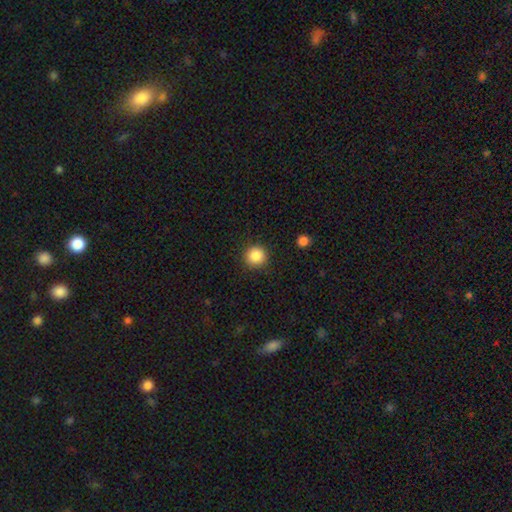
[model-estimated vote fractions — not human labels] A smooth galaxy with no disk features (87%) that is round (93%). Merging: none (90%).